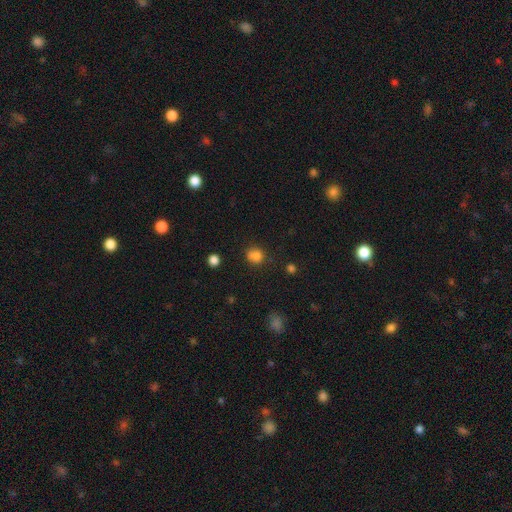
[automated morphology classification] Smooth or featured? Predicted: smooth (p=0.80). How rounded? Predicted: round (p=0.80). Merging? Predicted: none (p=0.67).